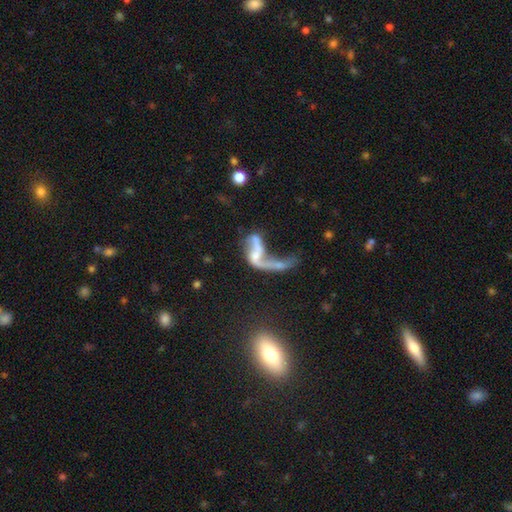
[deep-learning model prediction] Smooth or featured?
  - featured or disk: 71% *
  - smooth: 18%
  - star or artifact: 11%
Edge-on disk?
  - no: 94% *
  - yes: 6%
Bar?
  - no: 57% *
  - weak: 29%
  - strong: 15%
Spiral arms?
  - yes: 67% *
  - no: 33%
Bulge size?
  - small: 41% *
  - moderate: 27%
  - none: 26%
  - large: 4%
  - dominant: 2%
Merging?
  - merger: 39% *
  - major disturbance: 34%
  - none: 17%
  - minor disturbance: 9%